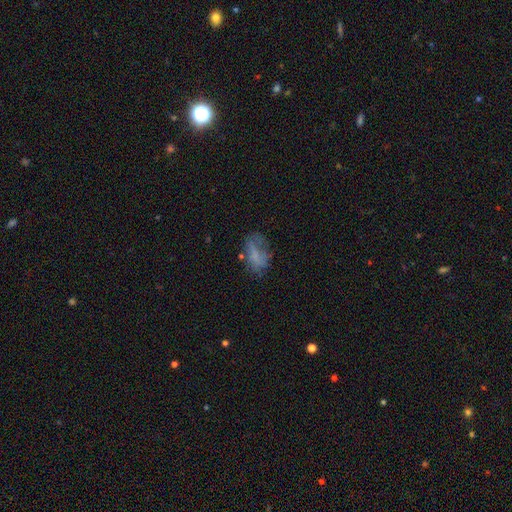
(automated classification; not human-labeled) Q: Smooth or featured?
A: smooth (60%); runner-up: featured or disk (27%)
Q: How rounded?
A: in between (87%); runner-up: round (9%)
Q: Merging?
A: none (44%); runner-up: minor disturbance (27%)